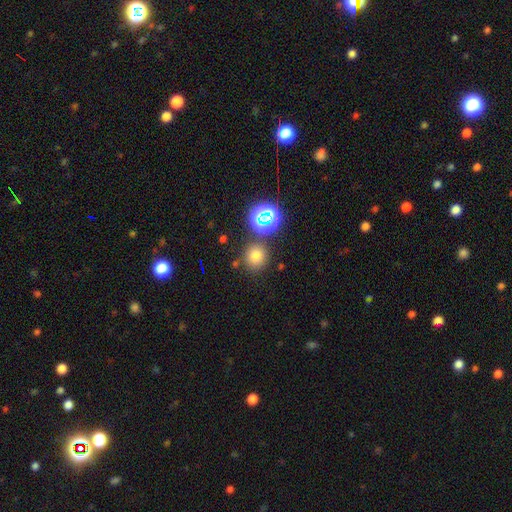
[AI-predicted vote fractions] Smooth or featured? smooth (70%)
How rounded? round (89%)
Merging? none (79%)